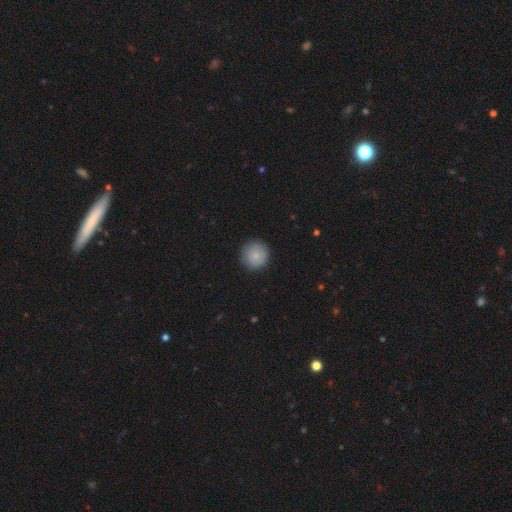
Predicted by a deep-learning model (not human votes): smooth-or-featured: smooth: 84% | featured or disk: 9% | star or artifact: 7%
  how-rounded: round: 95% | in between: 4% | cigar-shaped: 1%
  merging: none: 88% | minor disturbance: 9% | major disturbance: 2% | merger: 1%